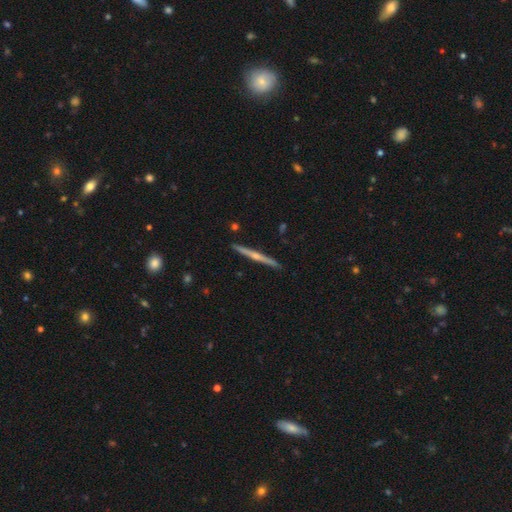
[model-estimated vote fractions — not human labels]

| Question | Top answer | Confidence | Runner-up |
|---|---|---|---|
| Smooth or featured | featured or disk | 71% | smooth (24%) |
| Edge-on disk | yes | 98% | no (2%) |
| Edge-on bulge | rounded | 73% | none (22%) |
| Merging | none | 92% | minor disturbance (6%) |